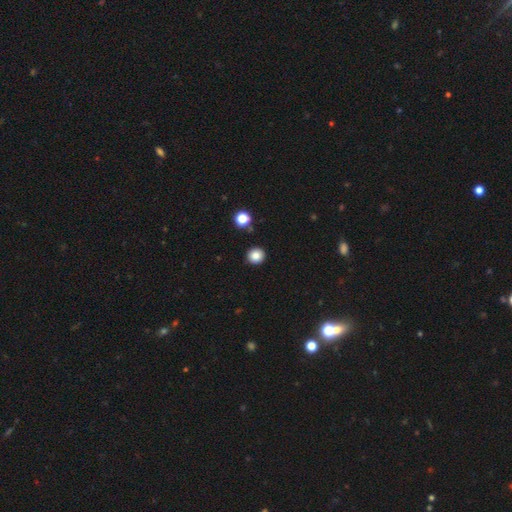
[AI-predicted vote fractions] Smooth or featured? smooth (85%)
How rounded? round (93%)
Merging? none (90%)